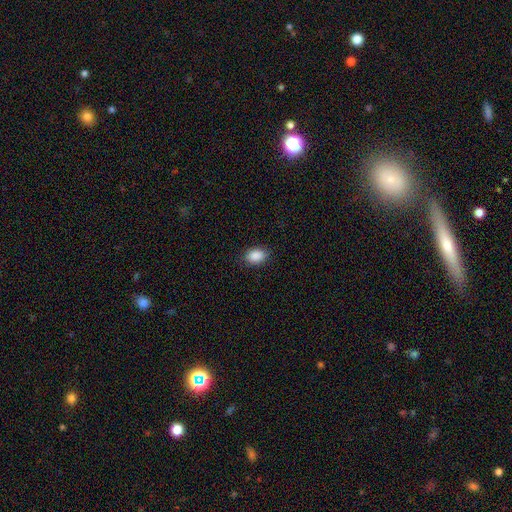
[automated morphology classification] The model was most divided on "how rounded": in between: 82%, round: 16%, cigar-shaped: 1%. More confident: smooth or featured — smooth (89%); merging — none (86%).